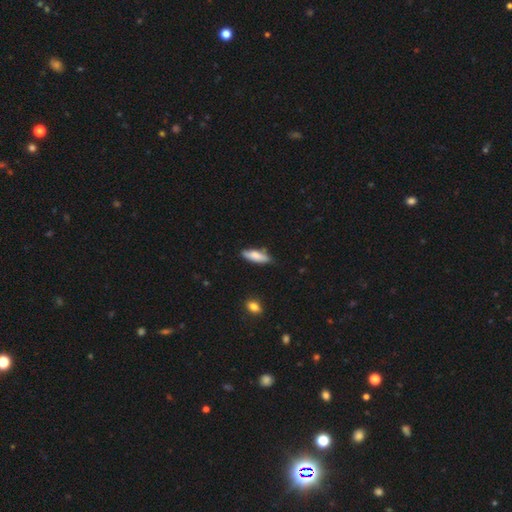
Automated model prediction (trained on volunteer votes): smooth_or_featured: smooth (p=0.76) [alt: featured or disk p=0.18]
how_rounded: in between (p=0.52) [alt: cigar-shaped p=0.46]
merging: none (p=0.74) [alt: minor disturbance p=0.20]